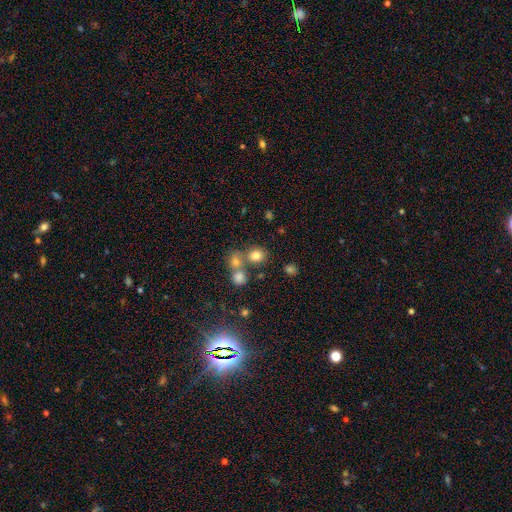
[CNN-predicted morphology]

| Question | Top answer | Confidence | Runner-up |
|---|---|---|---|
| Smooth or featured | smooth | 77% | star or artifact (15%) |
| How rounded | round | 79% | in between (20%) |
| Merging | none | 60% | merger (28%) |